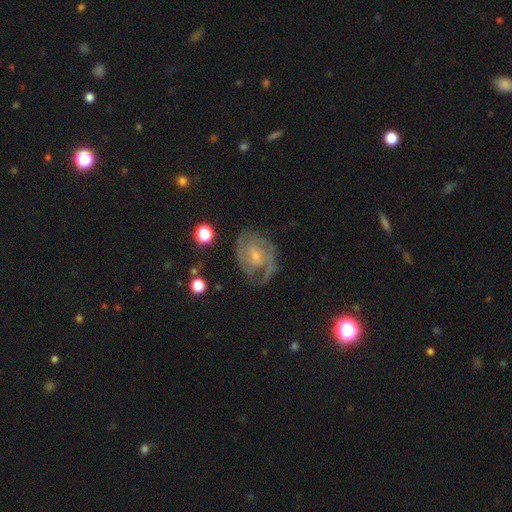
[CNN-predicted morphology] Smooth or featured?
  - featured or disk: 84% *
  - smooth: 10%
  - star or artifact: 6%
Edge-on disk?
  - no: 97% *
  - yes: 3%
Bar?
  - weak: 49% *
  - no: 38%
  - strong: 13%
Spiral arms?
  - yes: 94% *
  - no: 6%
Spiral winding?
  - tight: 48% *
  - medium: 42%
  - loose: 10%
Spiral arm count?
  - 2: 56% *
  - can't tell: 18%
  - 3: 14%
  - 1: 5%
  - 4: 4%
  - more than 4: 3%
Bulge size?
  - small: 69% *
  - moderate: 21%
  - none: 7%
  - large: 2%
  - dominant: 1%
Merging?
  - none: 68% *
  - minor disturbance: 19%
  - major disturbance: 11%
  - merger: 2%